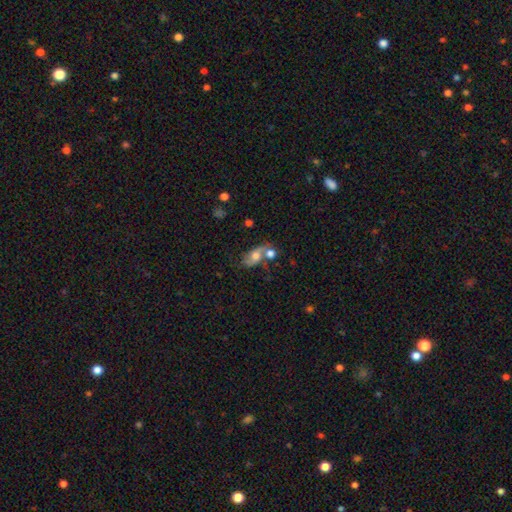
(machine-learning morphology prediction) This appears to be a smooth galaxy with no disk features (47%). Merging: merger (40%).